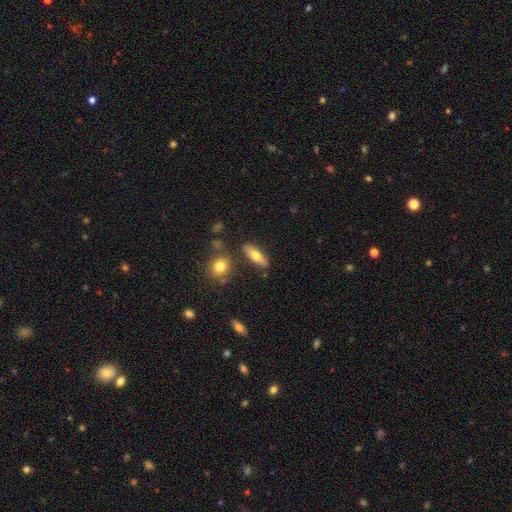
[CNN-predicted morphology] The model was most divided on "how rounded": in between: 57%, cigar-shaped: 39%, round: 4%. More confident: merging — none (81%); smooth or featured — smooth (63%).